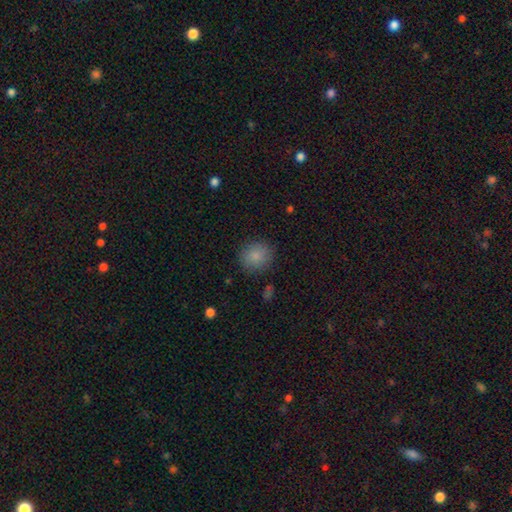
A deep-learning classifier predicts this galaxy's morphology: Smooth or featured?
  - smooth: 86% *
  - star or artifact: 8%
  - featured or disk: 6%
How rounded?
  - round: 86% *
  - in between: 13%
  - cigar-shaped: 1%
Merging?
  - none: 85% *
  - minor disturbance: 10%
  - major disturbance: 3%
  - merger: 1%